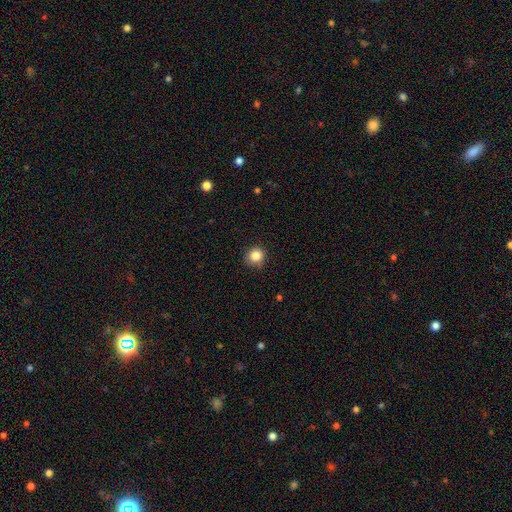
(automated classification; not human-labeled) Smooth or featured? Predicted: smooth (p=0.85). How rounded? Predicted: round (p=0.90). Merging? Predicted: none (p=0.88).